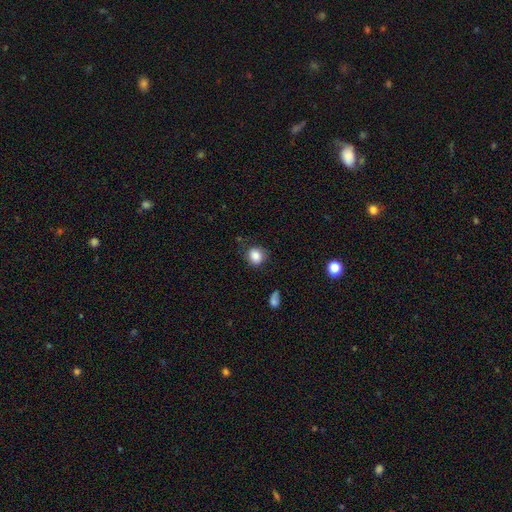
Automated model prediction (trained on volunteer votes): Q: Smooth or featured?
A: smooth (84%); runner-up: star or artifact (10%)
Q: How rounded?
A: round (76%); runner-up: in between (23%)
Q: Merging?
A: none (75%); runner-up: minor disturbance (18%)